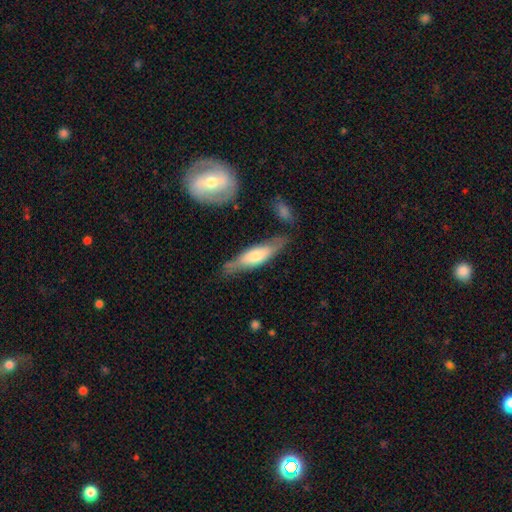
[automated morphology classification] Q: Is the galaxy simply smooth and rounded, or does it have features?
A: smooth — 50%.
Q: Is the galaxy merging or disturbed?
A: none — 67%.